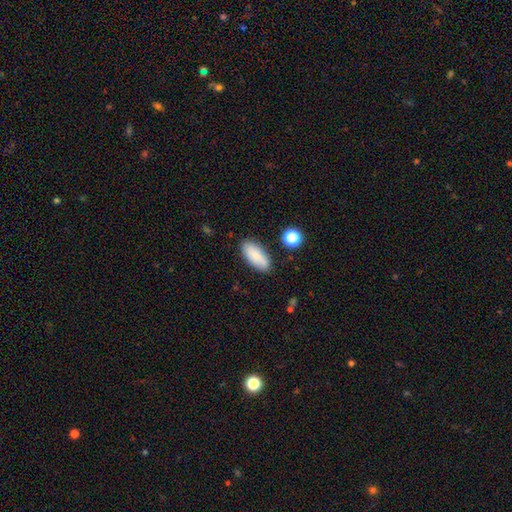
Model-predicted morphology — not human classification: A smooth galaxy with no disk features (79%) that is in between round and cigar-shaped (84%). Merging: none (83%).